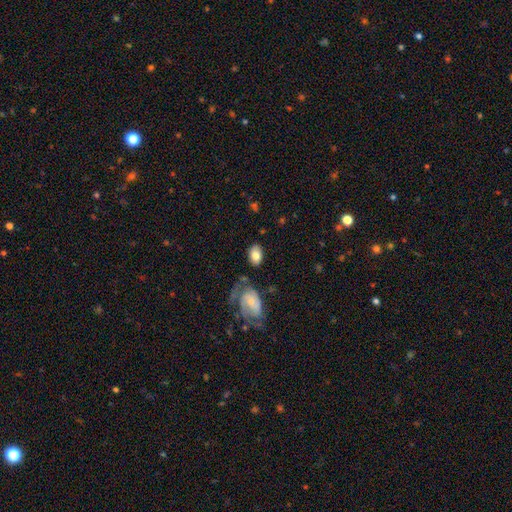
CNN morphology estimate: Smooth or featured: smooth — 78% (featured or disk — 16%)
How rounded: in between — 86% (round — 12%)
Merging: none — 74% (minor disturbance — 14%)